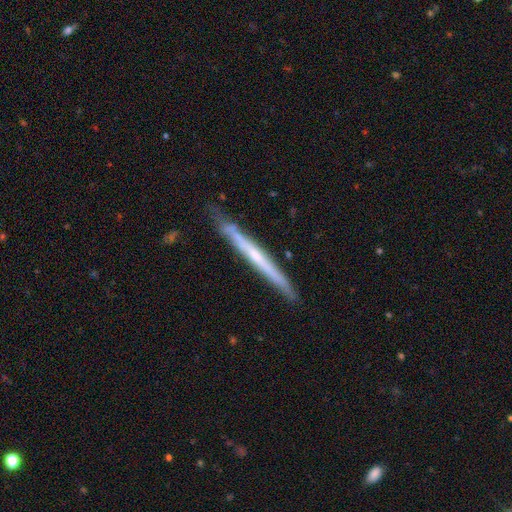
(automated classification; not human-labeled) Smooth or featured?
  - featured or disk: 66% *
  - smooth: 29%
  - star or artifact: 6%
Edge-on disk?
  - yes: 95% *
  - no: 5%
Edge-on bulge?
  - none: 61% *
  - rounded: 35%
  - boxy: 4%
Merging?
  - none: 83% *
  - minor disturbance: 14%
  - major disturbance: 2%
  - merger: 2%